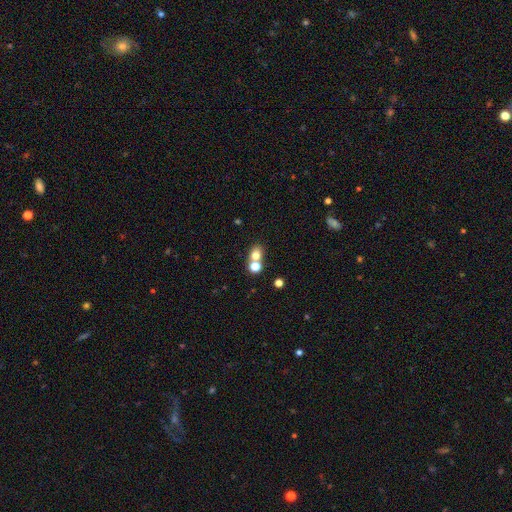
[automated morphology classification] A smooth galaxy with no disk features (74%) that is round (58%). Merging: none (49%).